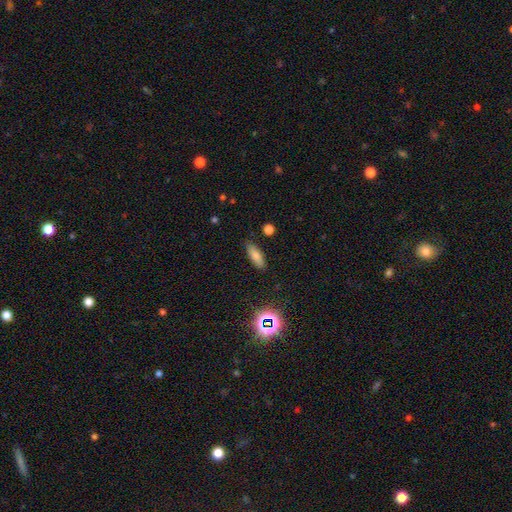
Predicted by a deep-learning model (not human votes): This appears to be a smooth galaxy with no disk features (76%) that is in between round and cigar-shaped (60%). Merging: none (84%).